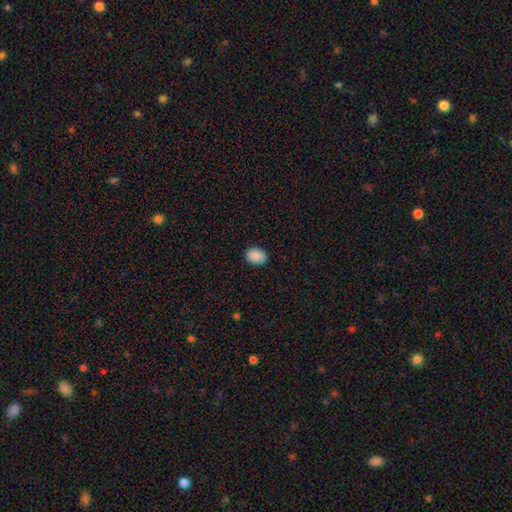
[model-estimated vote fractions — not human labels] Overall: smooth (89%). How rounded: in between (67%; round 32%). Merging: none (88%).